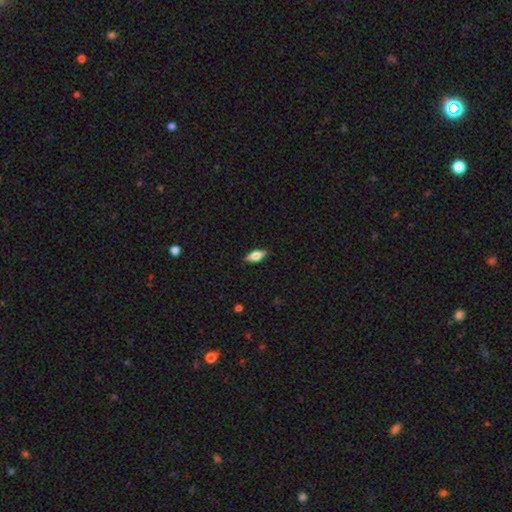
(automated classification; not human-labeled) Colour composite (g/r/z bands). It shows a smooth galaxy with no disk features (65%) that is in between round and cigar-shaped (77%). Merging: none (88%).